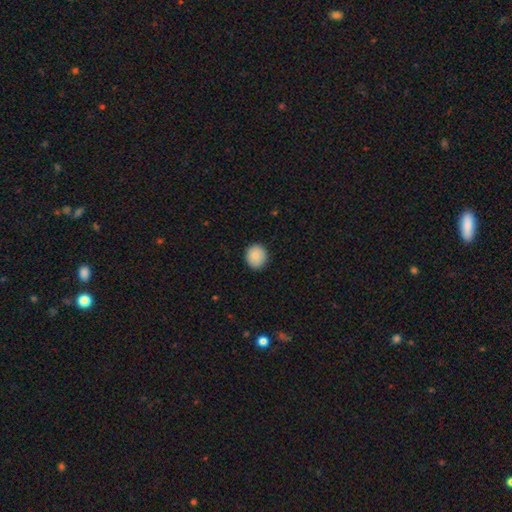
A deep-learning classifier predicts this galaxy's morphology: smooth-or-featured: smooth: 87% | star or artifact: 7% | featured or disk: 6%
  how-rounded: round: 84% | in between: 15% | cigar-shaped: 1%
  merging: none: 90% | minor disturbance: 8% | major disturbance: 2% | merger: 1%